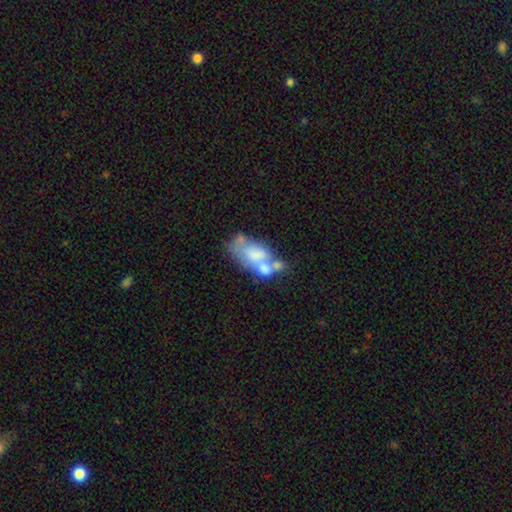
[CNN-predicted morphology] The model was most divided on "smooth or featured": featured or disk: 46%, smooth: 44%, star or artifact: 10%. More confident: merging — merger (51%).